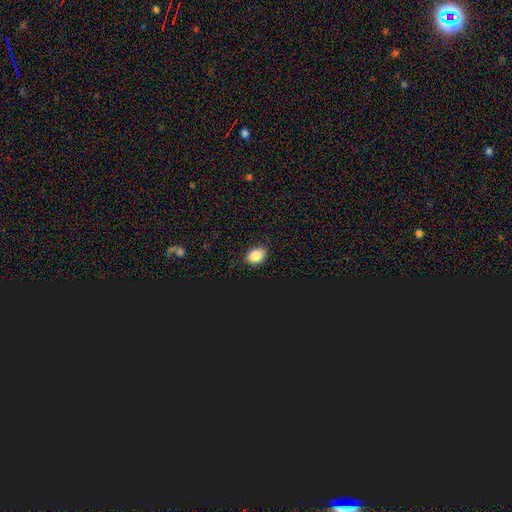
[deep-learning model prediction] Smooth or featured? Predicted: smooth (p=0.83). How rounded? Predicted: in between (p=0.69). Merging? Predicted: none (p=0.84).